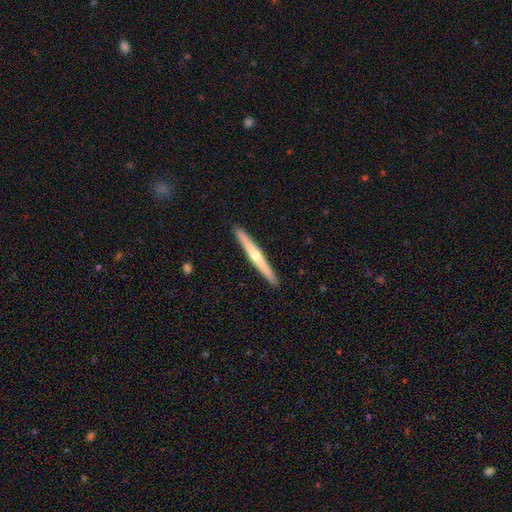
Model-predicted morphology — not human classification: A featured or disk galaxy (63%) viewed edge-on (98%) with a rounded central bulge (73%).

Vote fractions:
- Smooth or featured? featured or disk: 63% / smooth: 32% / star or artifact: 5%
- Edge-on disk? yes: 98% / no: 2%
- Edge-on bulge? rounded: 73% / none: 23% / boxy: 4%
- Merging? none: 93% / minor disturbance: 5% / major disturbance: 1% / merger: 1%